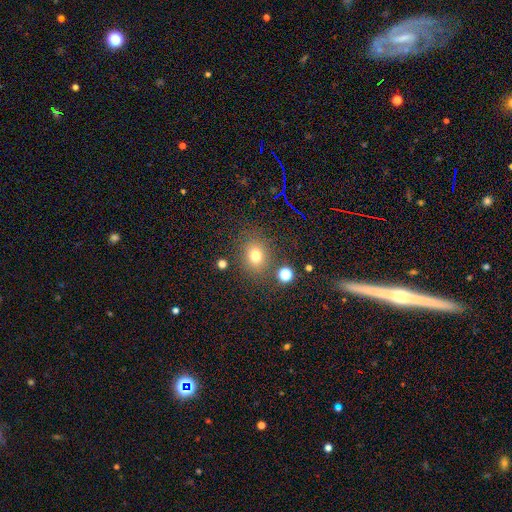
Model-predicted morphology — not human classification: smooth-or-featured: smooth: 74% | star or artifact: 17% | featured or disk: 9%
  how-rounded: round: 65% | in between: 34% | cigar-shaped: 1%
  merging: none: 80% | minor disturbance: 11% | merger: 5% | major disturbance: 4%